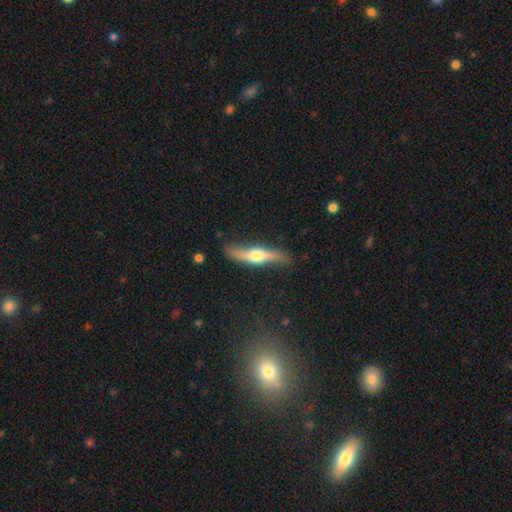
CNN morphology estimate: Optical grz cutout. It shows a featured or disk galaxy (63%) viewed edge-on (81%) with a rounded central bulge (90%). Merging: none (76%).